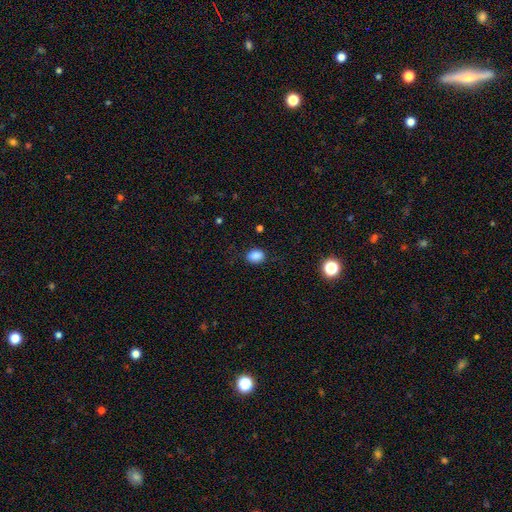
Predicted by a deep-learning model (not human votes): Smooth or featured? Predicted: smooth (p=0.86). How rounded? Predicted: in between (p=0.61). Merging? Predicted: none (p=0.83).